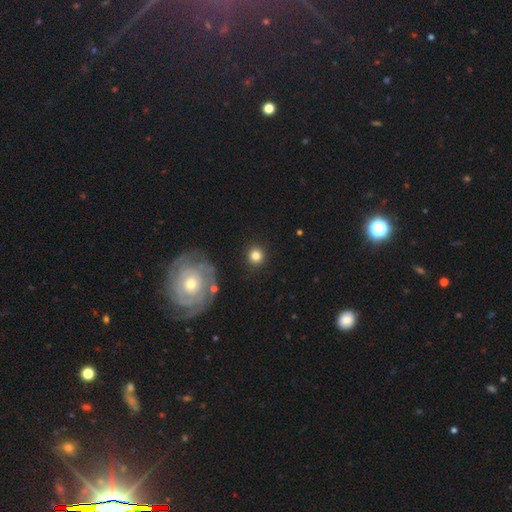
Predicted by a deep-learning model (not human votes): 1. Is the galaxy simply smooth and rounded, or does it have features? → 80% smooth, 10% featured or disk, 10% star or artifact.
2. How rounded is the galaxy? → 93% round, 6% in between, 1% cigar-shaped.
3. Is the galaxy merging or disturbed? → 88% none, 7% minor disturbance, 3% major disturbance, 2% merger.